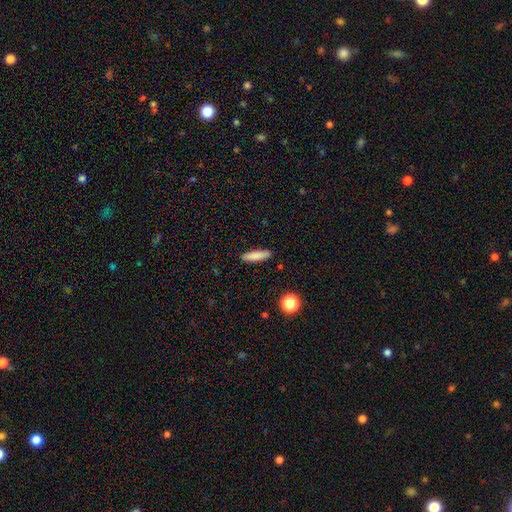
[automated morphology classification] A smooth galaxy with no disk features (84%) that is cigar-shaped (71%).

Vote fractions:
- Smooth or featured? smooth: 84% / featured or disk: 8% / star or artifact: 8%
- How rounded? cigar-shaped: 71% / in between: 27% / round: 2%
- Merging? none: 89% / minor disturbance: 8% / major disturbance: 2% / merger: 1%